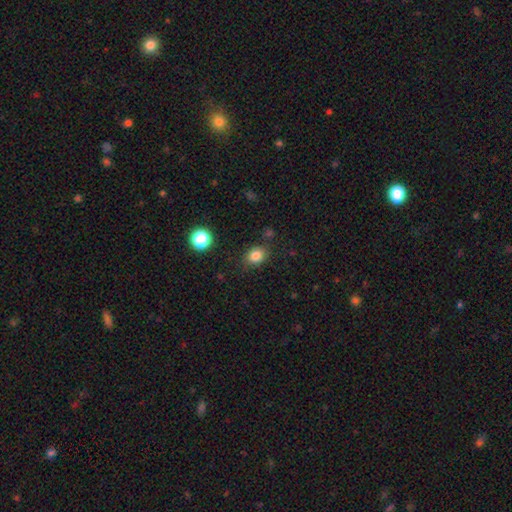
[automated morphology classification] smooth 83%, star or artifact 11%, featured or disk 6%. Down the decision tree: how rounded — round (55%); merging — none (82%).